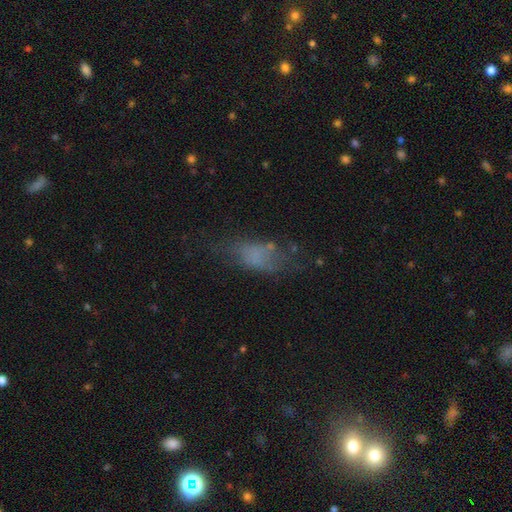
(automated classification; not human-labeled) A smooth galaxy with no disk features (58%) that is in between round and cigar-shaped (75%). Merging: none (46%).